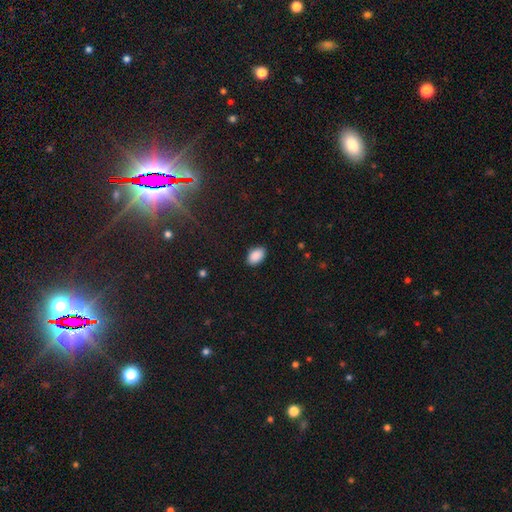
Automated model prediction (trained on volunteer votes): This is clearly a smooth galaxy (90%). How rounded: clearly in between (92%). Merging: clearly none (88%).